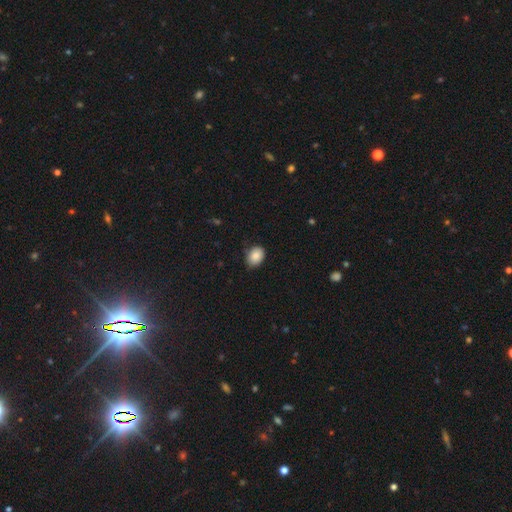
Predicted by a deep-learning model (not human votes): Overall: smooth (87%). How rounded: in between (68%; round 31%). Merging: none (79%).